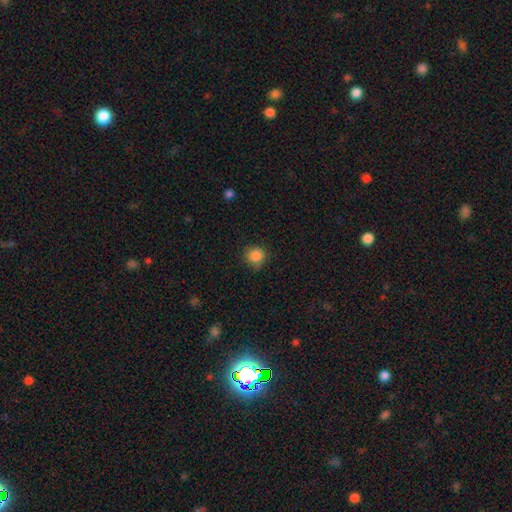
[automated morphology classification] This is clearly a smooth galaxy (86%). How rounded: clearly round (90%). Merging: likely none (79%).